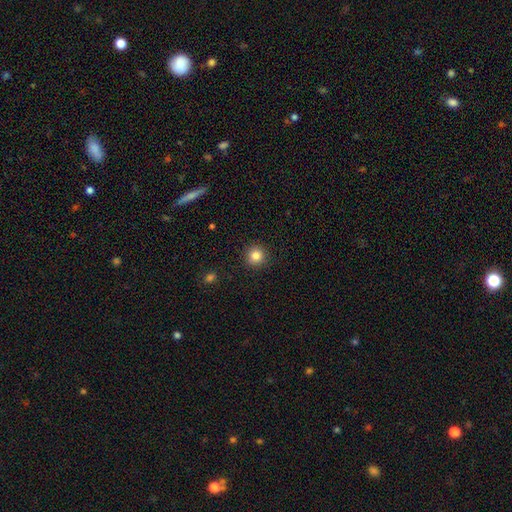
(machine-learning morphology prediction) Overall: smooth (85%). How rounded: round (94%). Merging: none (92%).